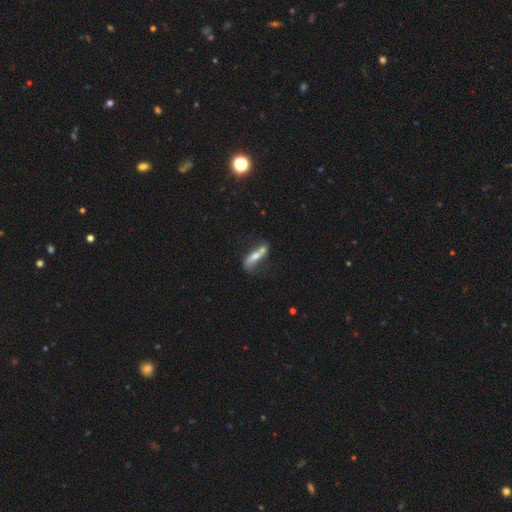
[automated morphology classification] Smooth or featured? Predicted: smooth (p=0.51). How rounded? Predicted: cigar-shaped (p=0.69). Merging? Predicted: none (p=0.44).